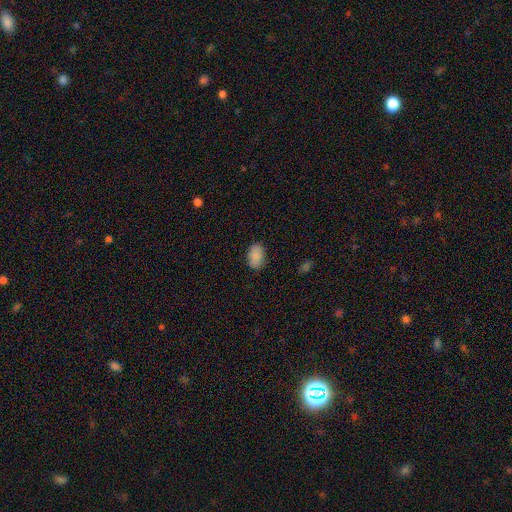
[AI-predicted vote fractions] Smooth or featured? smooth (88%)
How rounded? in between (87%)
Merging? none (85%)